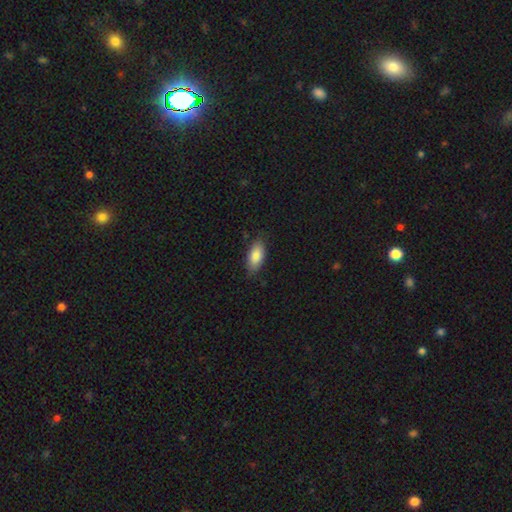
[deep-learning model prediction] Smooth or featured? Predicted: smooth (p=0.86). How rounded? Predicted: in between (p=0.90). Merging? Predicted: none (p=0.83).